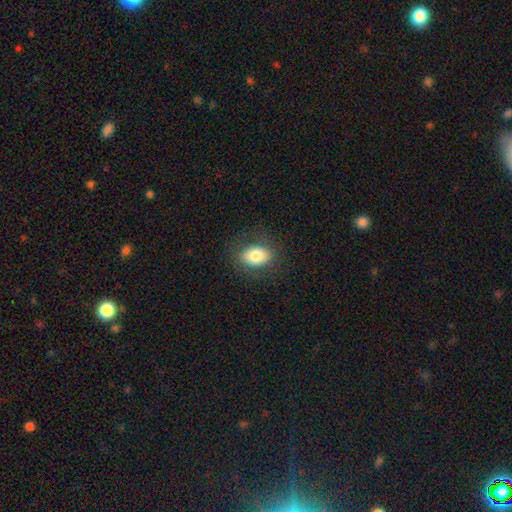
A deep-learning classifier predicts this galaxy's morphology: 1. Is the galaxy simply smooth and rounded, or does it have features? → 79% smooth, 13% featured or disk, 9% star or artifact.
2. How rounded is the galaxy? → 72% in between, 27% round, 1% cigar-shaped.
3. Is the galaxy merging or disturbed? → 83% none, 11% minor disturbance, 5% major disturbance, 1% merger.